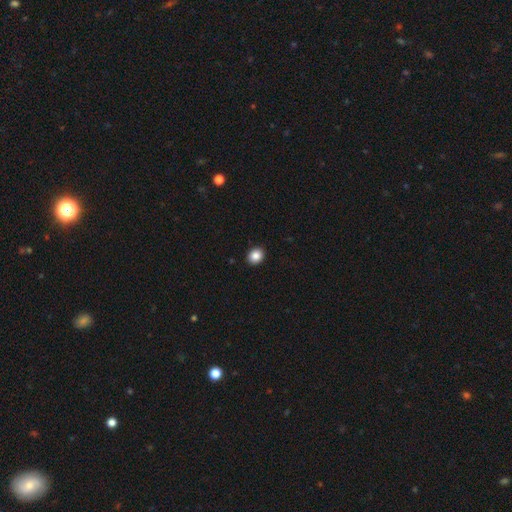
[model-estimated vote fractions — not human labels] Morphology: type=smooth (87%); roundness=round (62%); merging=none (92%).